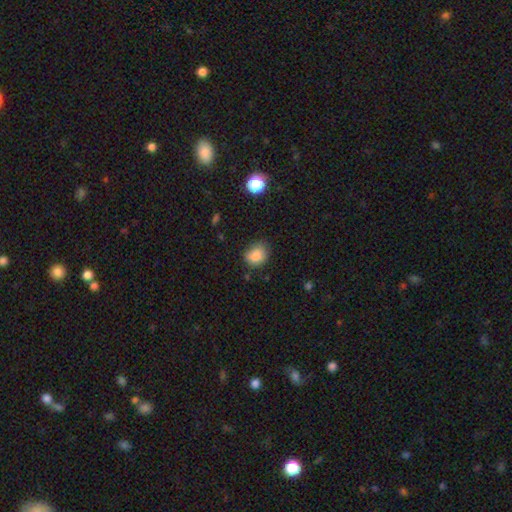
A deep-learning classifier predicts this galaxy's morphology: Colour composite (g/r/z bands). It shows a smooth galaxy with no disk features (83%) that is round (57%). Merging: none (63%).